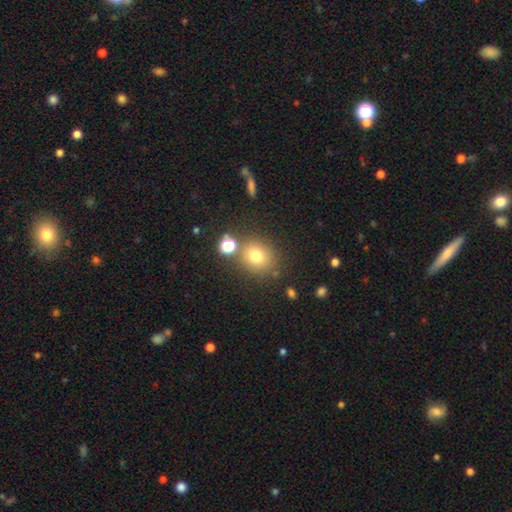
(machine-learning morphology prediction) smooth-or-featured: smooth: 76% | star or artifact: 15% | featured or disk: 9%
  how-rounded: round: 76% | in between: 23% | cigar-shaped: 1%
  merging: none: 72% | minor disturbance: 12% | merger: 12% | major disturbance: 5%